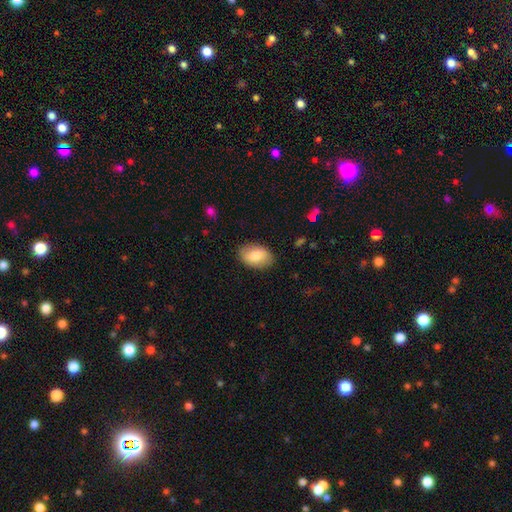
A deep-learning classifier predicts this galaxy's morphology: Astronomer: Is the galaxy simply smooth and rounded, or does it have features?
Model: smooth — 80%.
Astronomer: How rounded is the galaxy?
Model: in between — 90%.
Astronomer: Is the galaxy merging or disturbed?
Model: none — 85%.